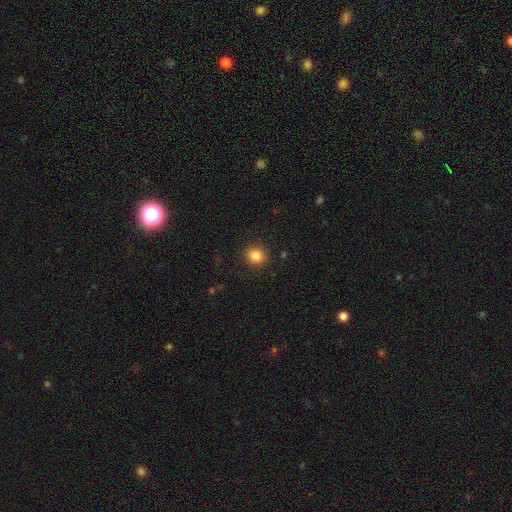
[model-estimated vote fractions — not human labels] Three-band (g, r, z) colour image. It shows a smooth galaxy with no disk features (85%) that is round (92%). Merging: none (90%).